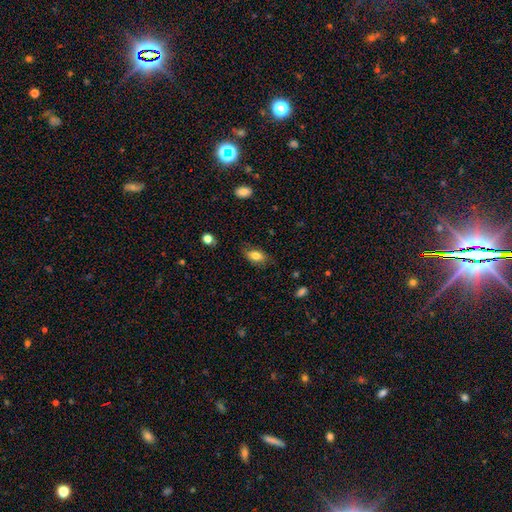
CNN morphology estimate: A smooth galaxy with no disk features (79%) that is in between round and cigar-shaped (89%). Merging: none (76%).